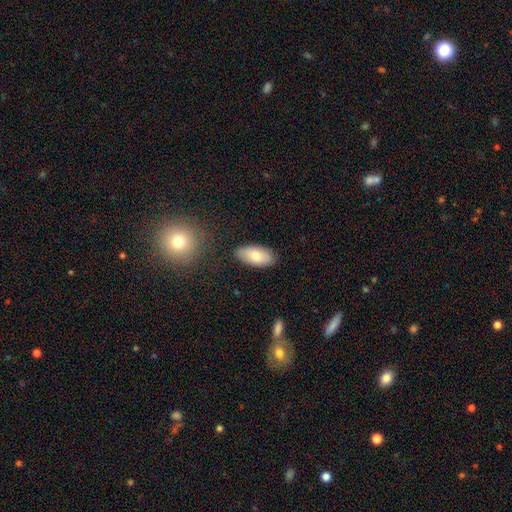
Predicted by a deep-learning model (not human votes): The model was most divided on "smooth or featured": smooth: 77%, featured or disk: 16%, star or artifact: 7%. More confident: how rounded — in between (93%); merging — none (85%).